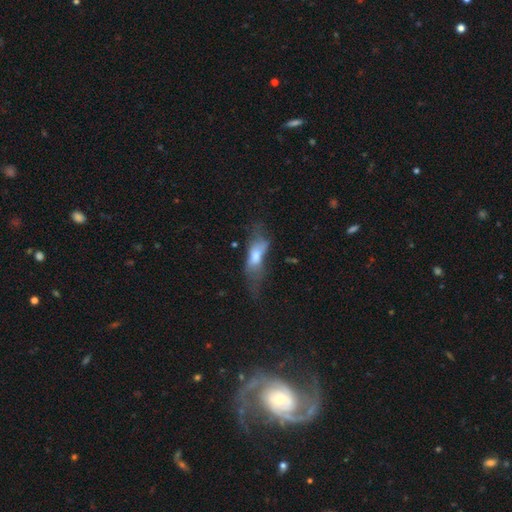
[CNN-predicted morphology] Q: Smooth or featured?
A: smooth (55%); runner-up: featured or disk (35%)
Q: How rounded?
A: in between (65%); runner-up: cigar-shaped (30%)
Q: Merging?
A: major disturbance (43%); runner-up: none (27%)